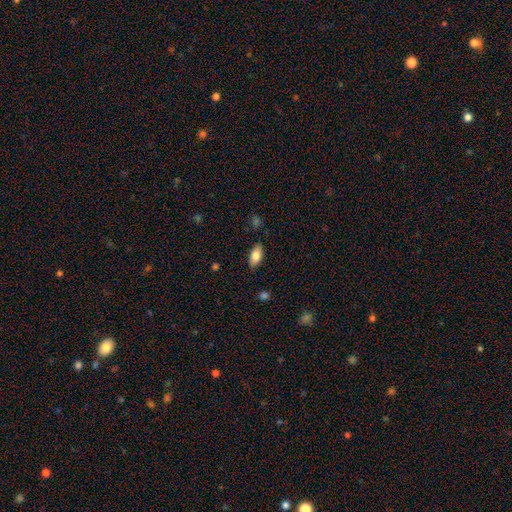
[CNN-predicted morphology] Smooth or featured? Predicted: smooth (p=0.81). How rounded? Predicted: in between (p=0.90). Merging? Predicted: none (p=0.85).